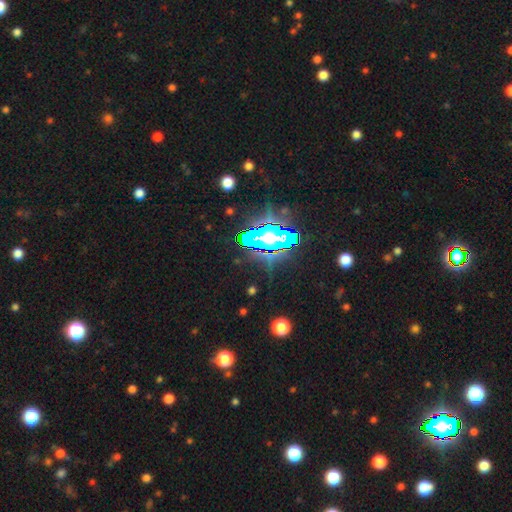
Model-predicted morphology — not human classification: A star or artifact, not a galaxy (71%).